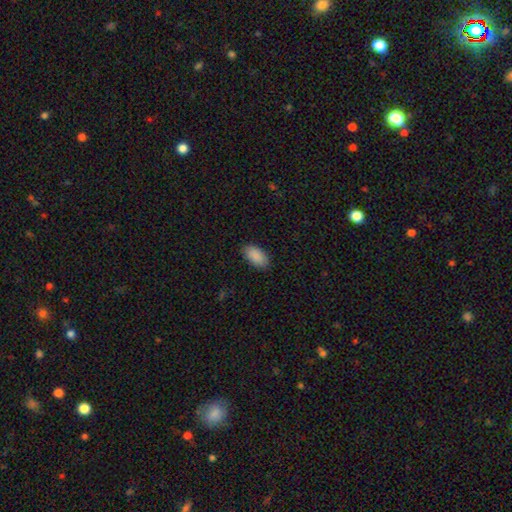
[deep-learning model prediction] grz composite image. It shows a smooth galaxy with no disk features (90%) that is in between round and cigar-shaped (95%). Merging: none (87%).